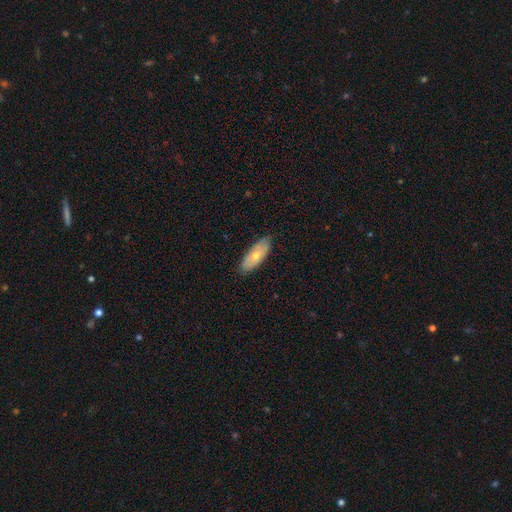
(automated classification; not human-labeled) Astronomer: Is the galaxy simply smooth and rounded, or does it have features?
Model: smooth — 64%.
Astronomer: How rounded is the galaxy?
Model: in between — 76%.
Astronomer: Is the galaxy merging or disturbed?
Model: none — 83%.